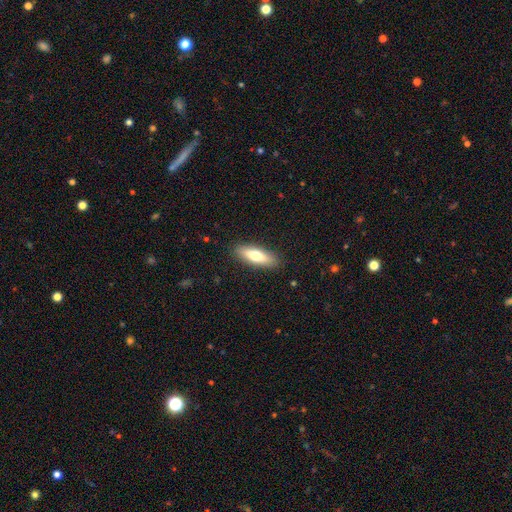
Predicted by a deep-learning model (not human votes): smooth-or-featured: smooth: 68% | featured or disk: 26% | star or artifact: 6%
  how-rounded: in between: 50% | cigar-shaped: 48% | round: 2%
  merging: none: 88% | minor disturbance: 9% | major disturbance: 2% | merger: 1%